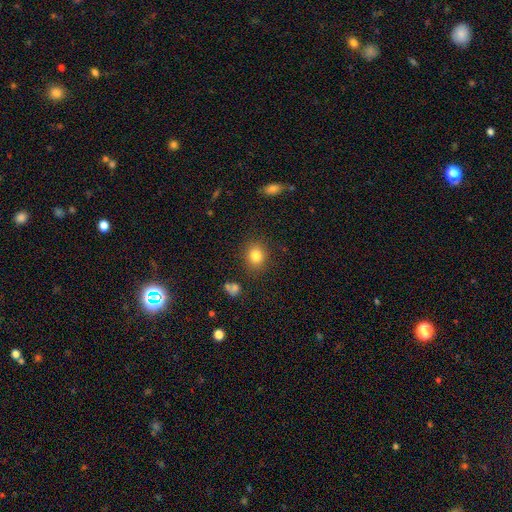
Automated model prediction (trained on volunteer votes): smooth 82%, star or artifact 11%, featured or disk 7%. Down the decision tree: how rounded — round (71%); merging — none (84%).